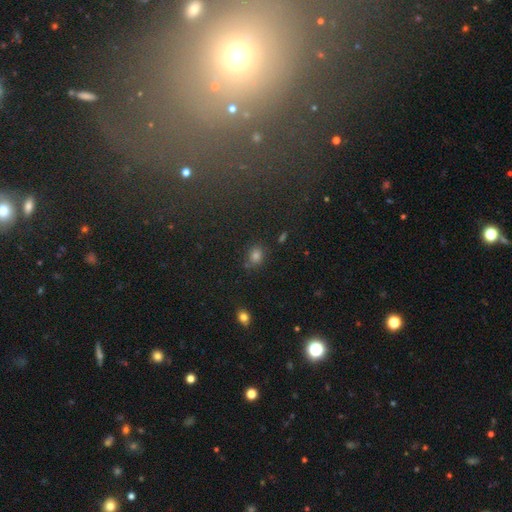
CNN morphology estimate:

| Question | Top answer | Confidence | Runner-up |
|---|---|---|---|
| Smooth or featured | smooth | 75% | star or artifact (18%) |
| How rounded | round | 53% | in between (45%) |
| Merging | none | 77% | minor disturbance (13%) |